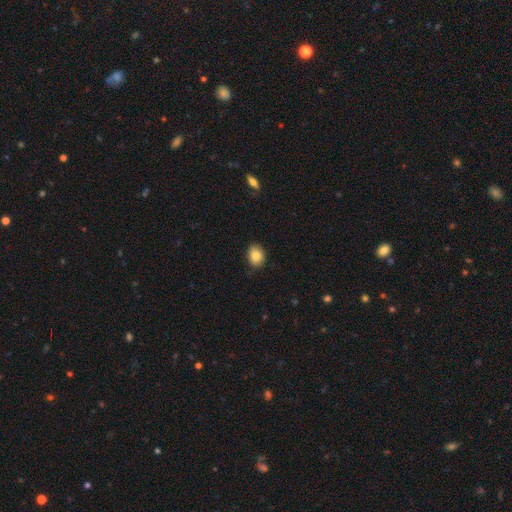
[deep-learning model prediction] This appears to be a smooth galaxy with no disk features (85%) that is in between round and cigar-shaped (61%). Merging: none (84%).